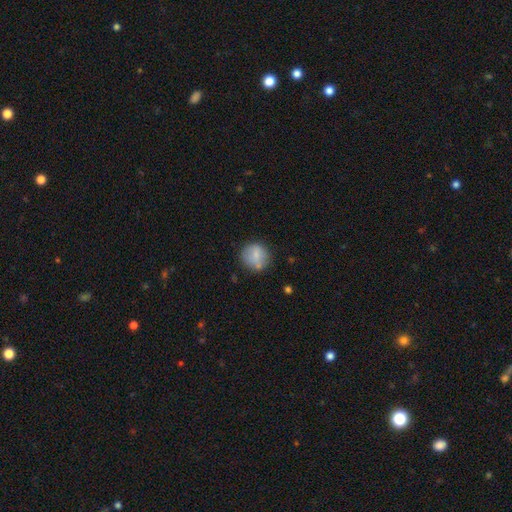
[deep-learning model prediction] smooth-or-featured: smooth: 75% | featured or disk: 16% | star or artifact: 8%
  how-rounded: round: 86% | in between: 13% | cigar-shaped: 1%
  merging: none: 71% | minor disturbance: 18% | merger: 6% | major disturbance: 5%